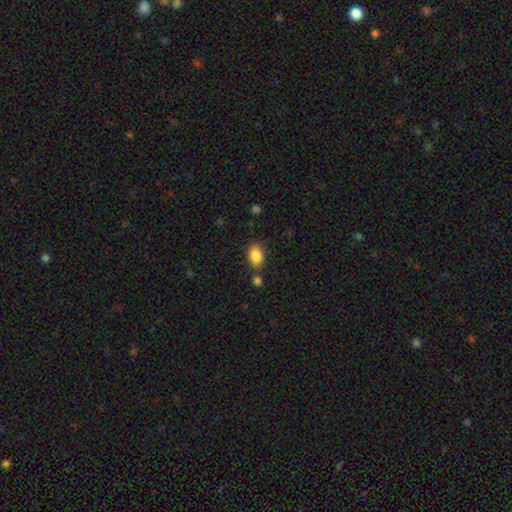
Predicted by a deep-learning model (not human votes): Smooth or featured? smooth (87%)
How rounded? in between (84%)
Merging? none (77%)